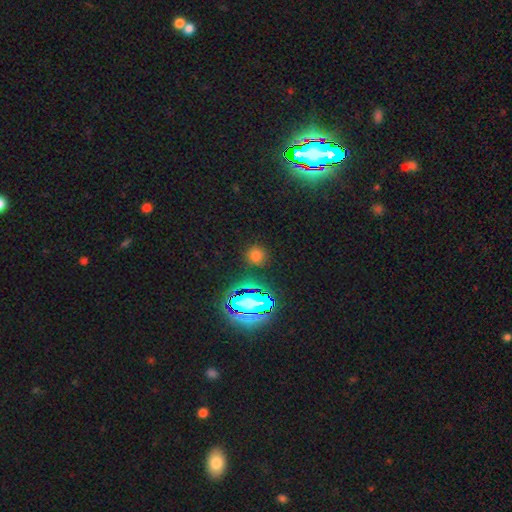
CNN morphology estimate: A smooth galaxy with no disk features (60%) that is round (90%). Merging: none (86%).